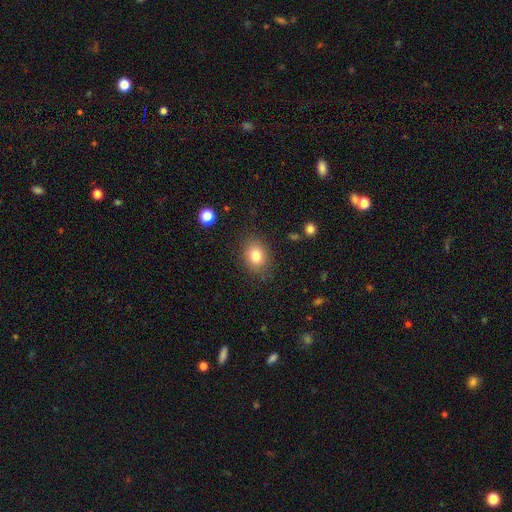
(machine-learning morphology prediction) type=smooth (81%); roundness=in between (57%); merging=none (84%).